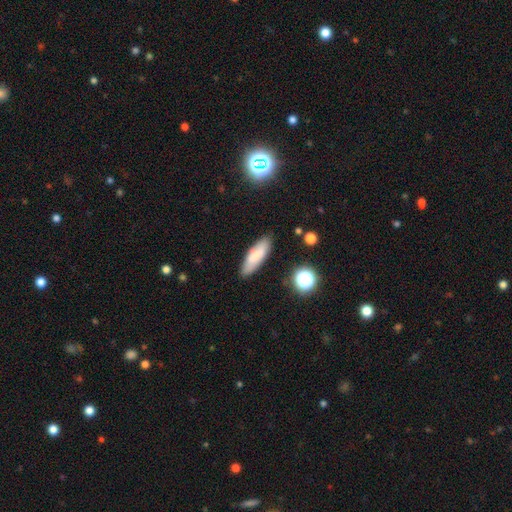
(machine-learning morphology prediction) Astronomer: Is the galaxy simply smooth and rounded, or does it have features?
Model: smooth — 77%.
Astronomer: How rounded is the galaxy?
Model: in between — 50% (runner-up: cigar-shaped, 48%).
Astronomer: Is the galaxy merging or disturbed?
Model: none — 84%.